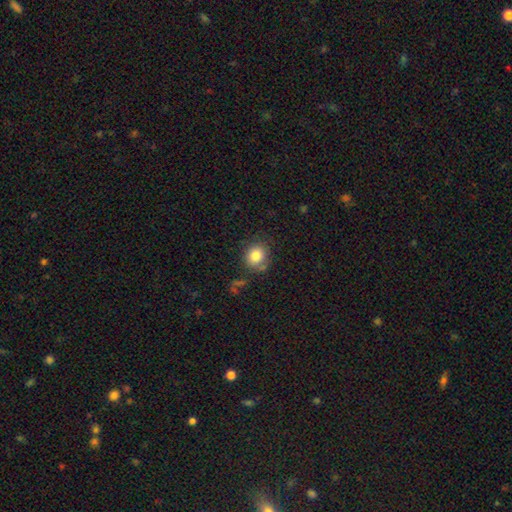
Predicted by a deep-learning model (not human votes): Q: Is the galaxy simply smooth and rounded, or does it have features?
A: smooth — 82%.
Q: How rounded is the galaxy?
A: round — 77%.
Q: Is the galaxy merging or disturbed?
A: none — 73%.